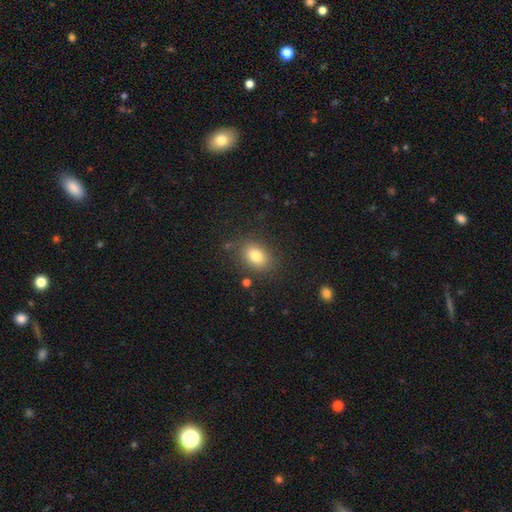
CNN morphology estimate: Smooth or featured? smooth (81%)
How rounded? in between (72%)
Merging? none (81%)